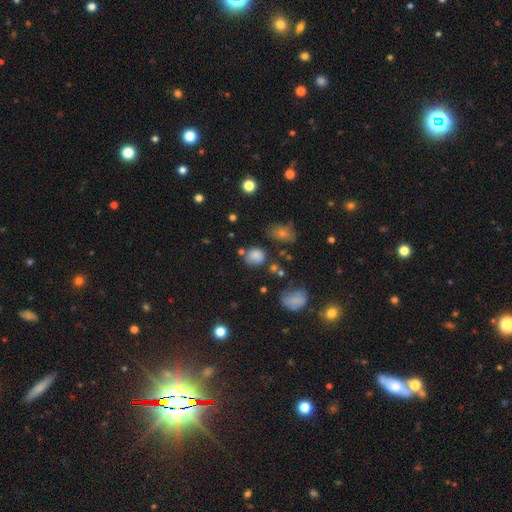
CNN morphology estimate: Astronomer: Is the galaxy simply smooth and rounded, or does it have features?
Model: smooth — 79%.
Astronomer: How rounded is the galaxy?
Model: round — 70%.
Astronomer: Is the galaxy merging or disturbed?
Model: none — 66%.